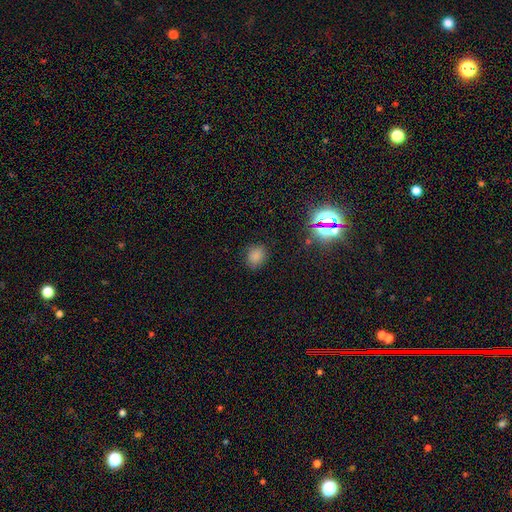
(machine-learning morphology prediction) Overall: smooth (79%). How rounded: round (60%; in between 39%). Merging: none (84%).